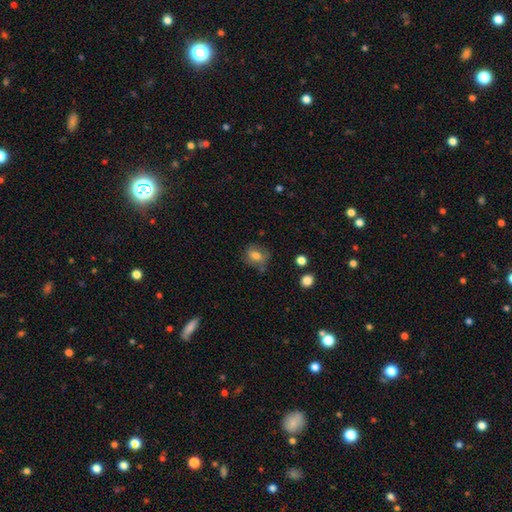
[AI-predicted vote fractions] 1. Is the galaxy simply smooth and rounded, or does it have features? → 75% smooth, 16% featured or disk, 10% star or artifact.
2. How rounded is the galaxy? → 52% in between, 47% round, 1% cigar-shaped.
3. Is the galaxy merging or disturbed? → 67% none, 22% minor disturbance, 7% major disturbance, 4% merger.